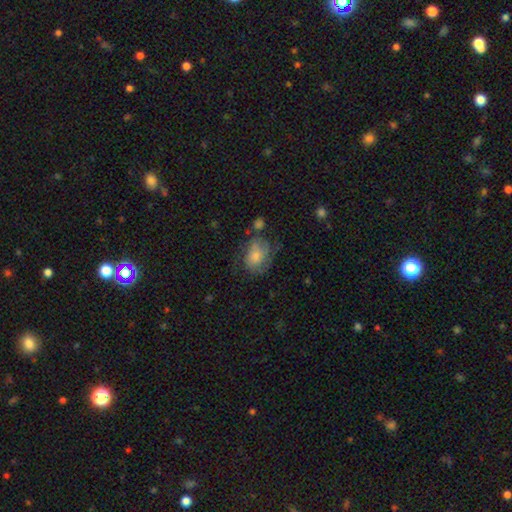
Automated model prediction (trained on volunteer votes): This appears to be a smooth galaxy with no disk features (54%) that is in between round and cigar-shaped (67%). Merging: none (46%).